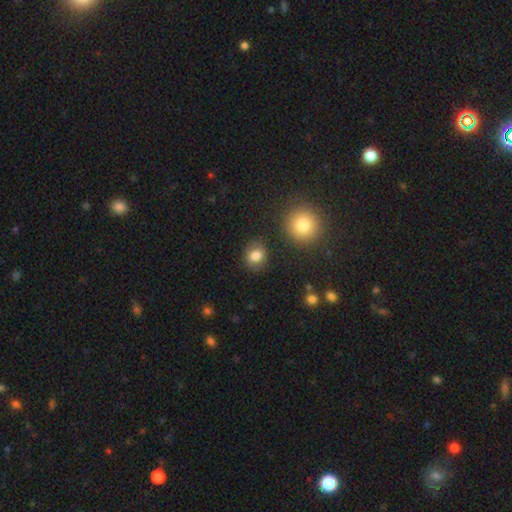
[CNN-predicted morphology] smooth 82%, star or artifact 10%, featured or disk 8%. Down the decision tree: how rounded — round (69%); merging — none (82%).